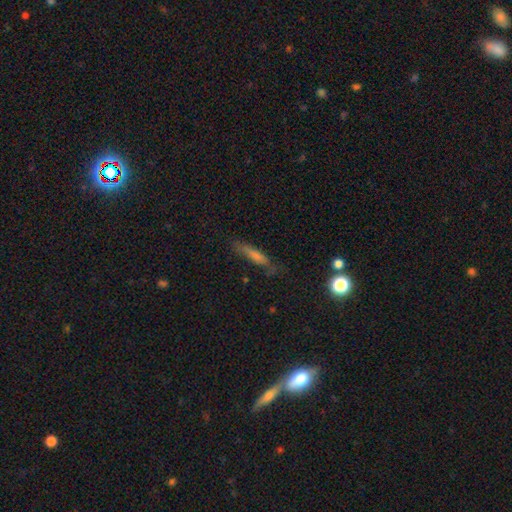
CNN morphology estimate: smooth_or_featured: smooth (p=0.56) [alt: featured or disk p=0.32]
how_rounded: cigar-shaped (p=0.85) [alt: in between p=0.12]
merging: none (p=0.71) [alt: minor disturbance p=0.20]